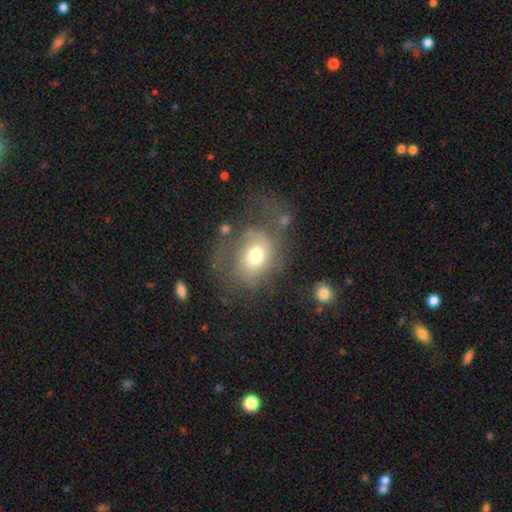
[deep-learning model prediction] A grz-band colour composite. It shows a smooth galaxy with no disk features (47%). Merging: major disturbance (39%).